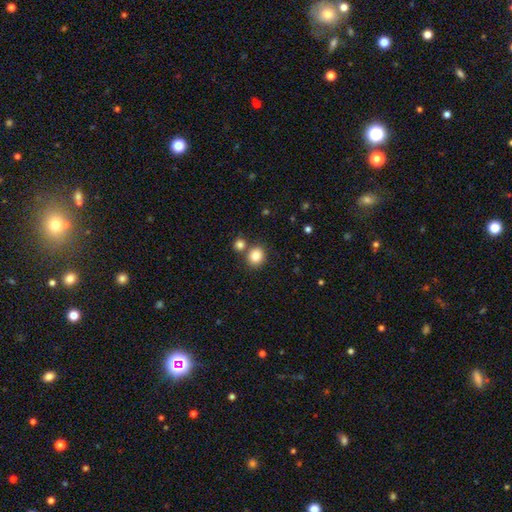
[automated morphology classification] This appears to be a smooth galaxy with no disk features (84%) that is round (78%). Merging: none (71%).